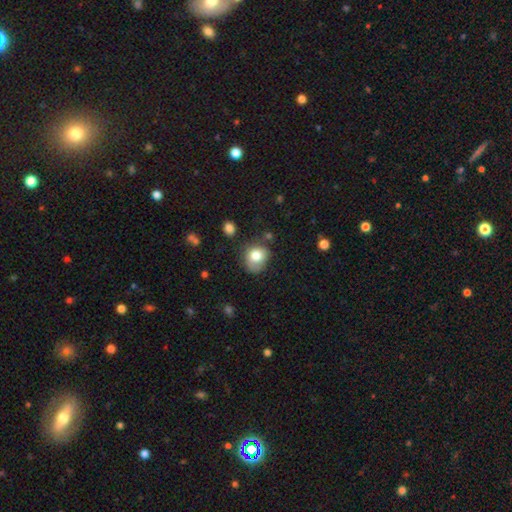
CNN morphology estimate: This is likely a smooth galaxy (77%). How rounded: likely round (64%). Merging: possibly none (52%).